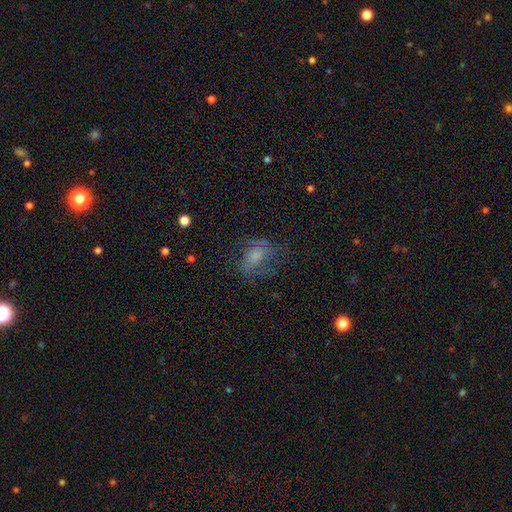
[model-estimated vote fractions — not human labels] Smooth or featured: featured or disk — 50% (smooth — 37%)
Edge-on disk: no — 96% (yes — 4%)
Merging: none — 54% (major disturbance — 23%)